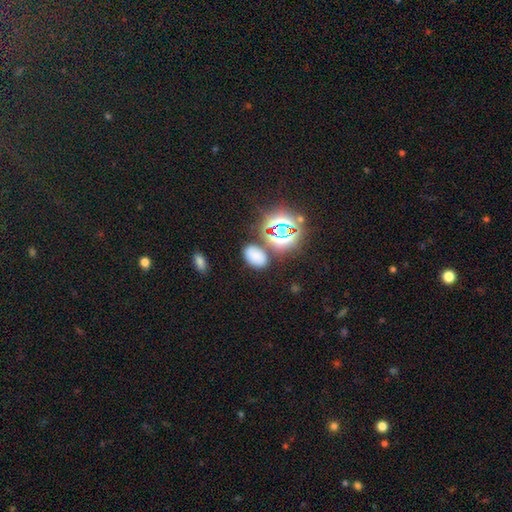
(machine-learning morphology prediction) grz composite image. It shows a smooth galaxy with no disk features (66%) that is in between round and cigar-shaped (86%). Merging: none (76%).